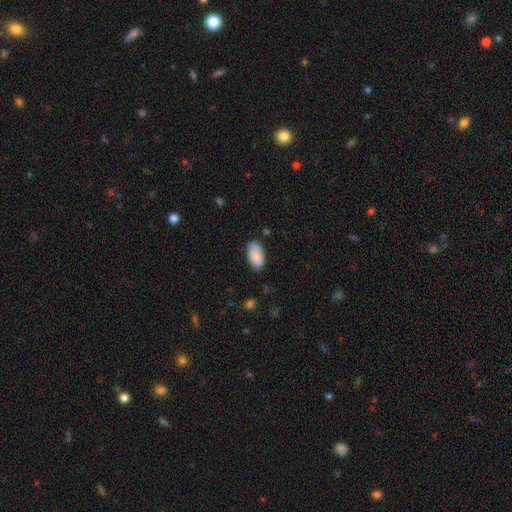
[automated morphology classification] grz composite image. It shows a smooth galaxy with no disk features (88%) that is in between round and cigar-shaped (95%). Merging: none (78%).